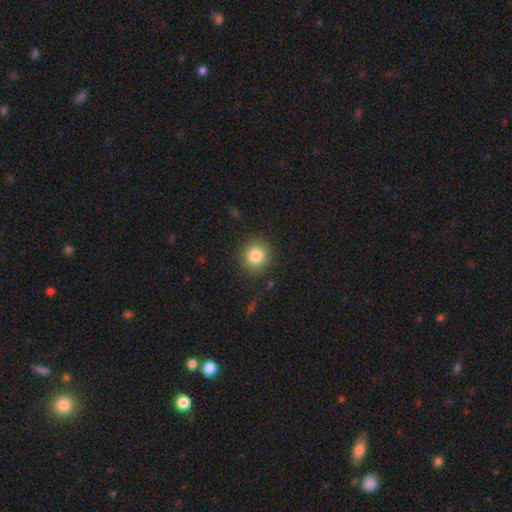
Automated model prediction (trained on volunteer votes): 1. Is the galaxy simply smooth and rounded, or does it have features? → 84% smooth, 10% star or artifact, 6% featured or disk.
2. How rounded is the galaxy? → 90% round, 9% in between, 1% cigar-shaped.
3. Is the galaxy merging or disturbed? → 87% none, 8% minor disturbance, 3% major disturbance, 1% merger.